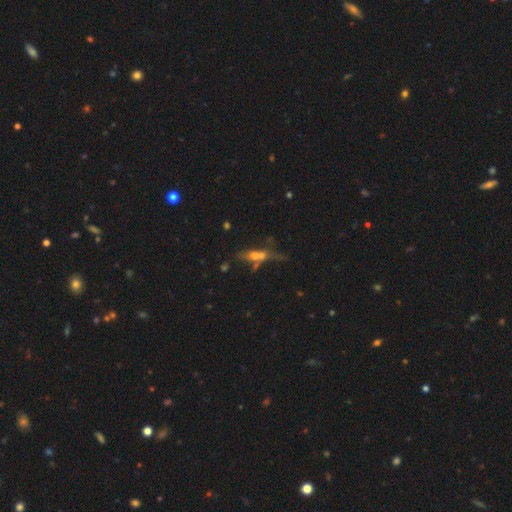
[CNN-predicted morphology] This is possibly a featured or disk galaxy (51%). It is possibly viewed edge-on (58%). Merging: marginally none (37%).